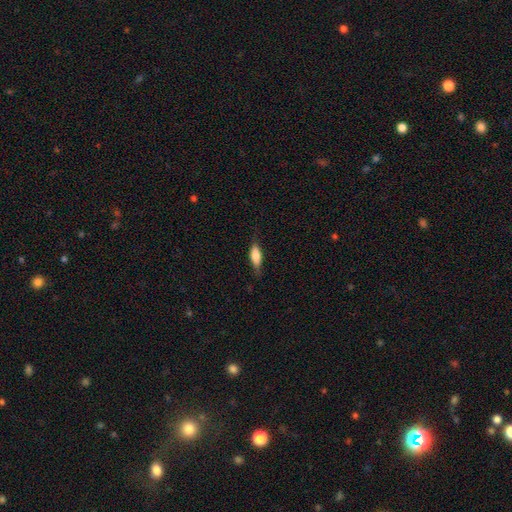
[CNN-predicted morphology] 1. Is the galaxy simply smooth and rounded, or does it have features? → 70% smooth, 24% featured or disk, 7% star or artifact.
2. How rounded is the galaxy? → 60% in between, 37% cigar-shaped, 3% round.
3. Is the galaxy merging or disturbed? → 73% none, 21% minor disturbance, 5% major disturbance, 1% merger.